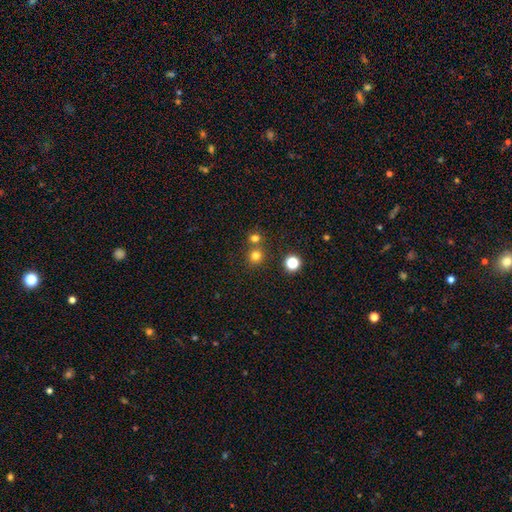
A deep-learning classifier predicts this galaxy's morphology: Overall: smooth (76%). How rounded: round (92%). Merging: none (71%).